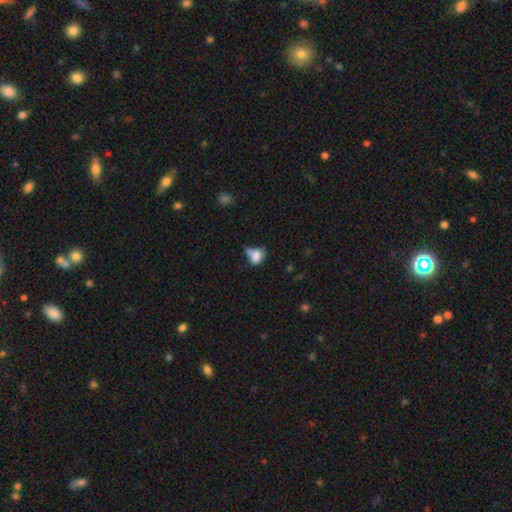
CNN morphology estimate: Overall: smooth (71%). How rounded: in between (74%). Merging: merger (39%; none 26%).